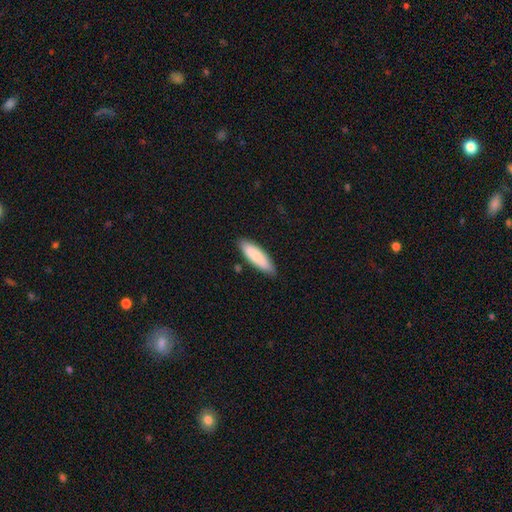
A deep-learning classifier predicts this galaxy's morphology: This appears to be a smooth galaxy with no disk features (77%) that is cigar-shaped (50%). Merging: none (84%).